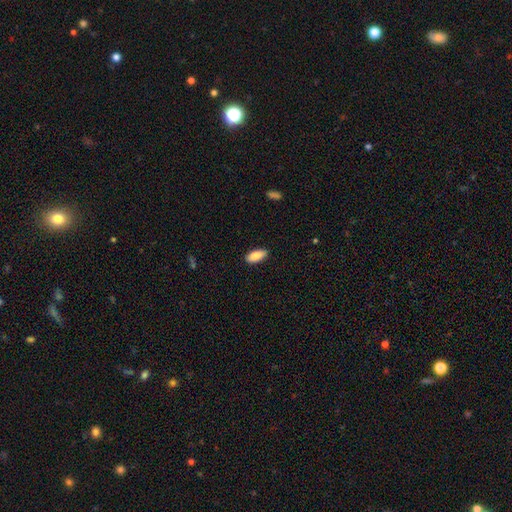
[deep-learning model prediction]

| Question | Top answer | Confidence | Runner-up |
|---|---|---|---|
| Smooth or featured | smooth | 88% | star or artifact (6%) |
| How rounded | in between | 88% | cigar-shaped (10%) |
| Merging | none | 87% | minor disturbance (10%) |